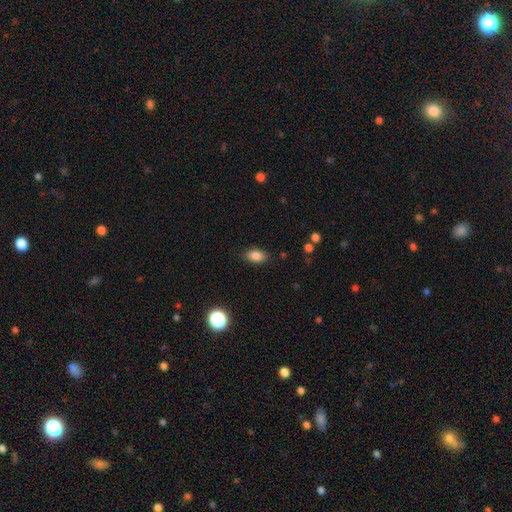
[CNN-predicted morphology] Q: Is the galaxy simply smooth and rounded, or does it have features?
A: smooth — 85%.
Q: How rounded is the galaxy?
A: in between — 87%.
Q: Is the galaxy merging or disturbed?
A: none — 85%.